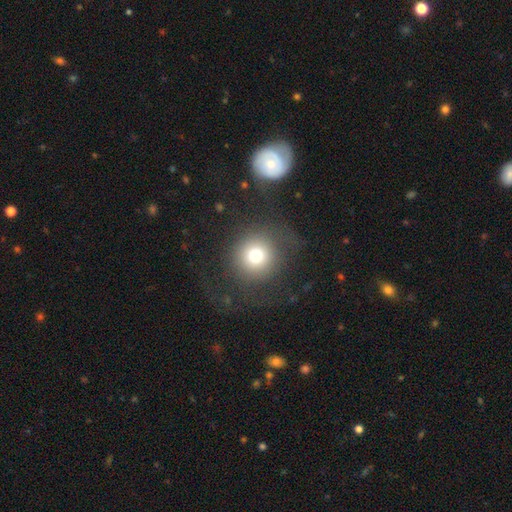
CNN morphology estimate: smooth_or_featured: smooth (p=0.73) [alt: star or artifact p=0.14]
how_rounded: round (p=0.93) [alt: in between p=0.06]
merging: none (p=0.73) [alt: major disturbance p=0.14]